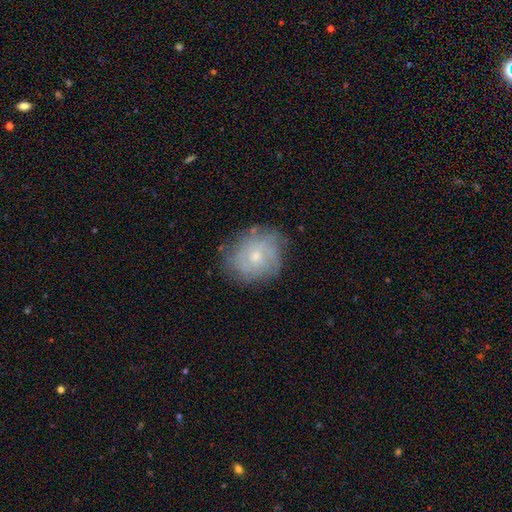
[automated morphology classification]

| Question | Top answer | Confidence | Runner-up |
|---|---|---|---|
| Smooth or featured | featured or disk | 53% | smooth (38%) |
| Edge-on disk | no | 97% | yes (3%) |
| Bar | no | 83% | weak (15%) |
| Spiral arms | yes | 67% | no (33%) |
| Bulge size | small | 58% | moderate (38%) |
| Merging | none | 71% | minor disturbance (20%) |